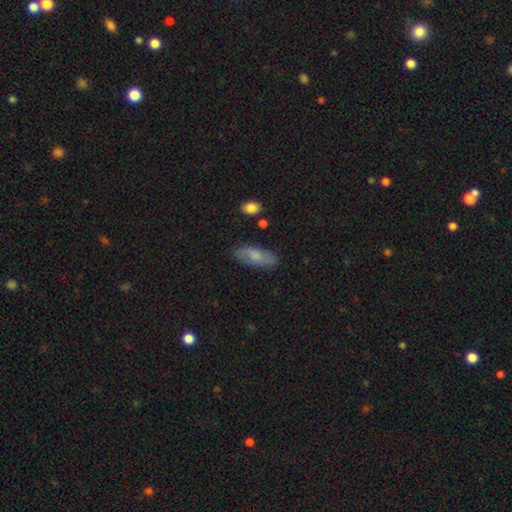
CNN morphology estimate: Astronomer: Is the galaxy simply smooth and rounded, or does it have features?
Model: smooth — 71%.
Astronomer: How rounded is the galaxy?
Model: in between — 76%.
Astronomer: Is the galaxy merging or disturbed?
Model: none — 82%.